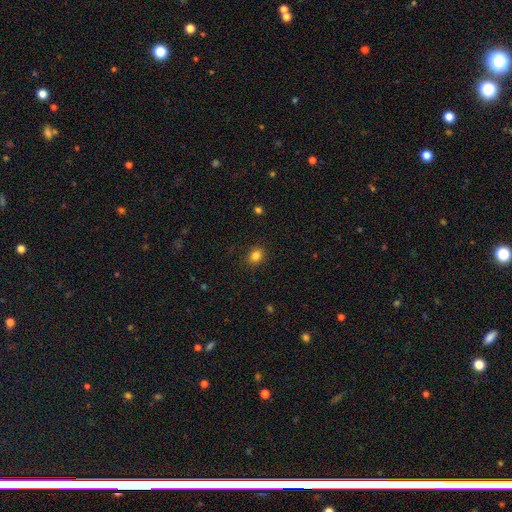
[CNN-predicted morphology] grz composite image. It shows a smooth galaxy with no disk features (83%) that is round (58%). Merging: none (89%).